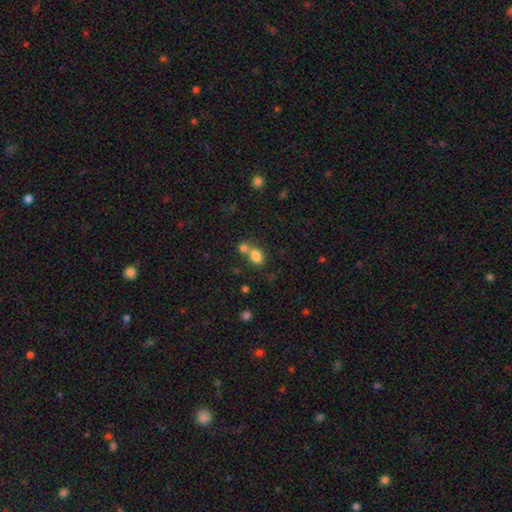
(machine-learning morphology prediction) smooth-or-featured: smooth: 81% | star or artifact: 11% | featured or disk: 8%
  how-rounded: in between: 58% | round: 41% | cigar-shaped: 1%
  merging: merger: 48% | none: 40% | minor disturbance: 9% | major disturbance: 4%